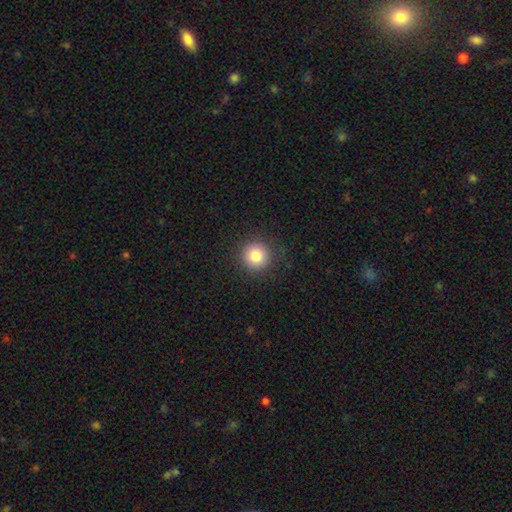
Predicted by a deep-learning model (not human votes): Smooth or featured? smooth (82%)
How rounded? round (95%)
Merging? none (91%)